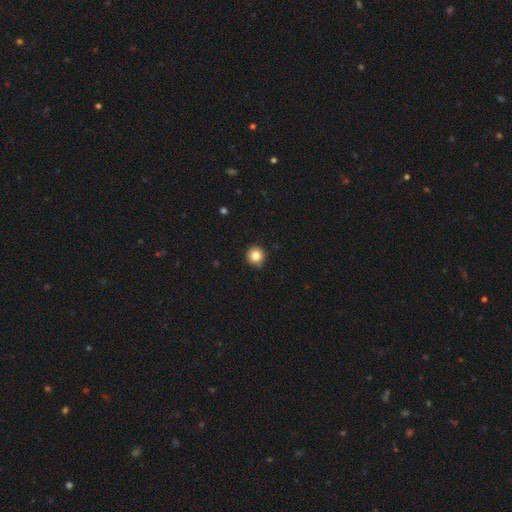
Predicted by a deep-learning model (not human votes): smooth_or_featured: smooth (p=0.84) [alt: star or artifact p=0.10]
how_rounded: round (p=0.95) [alt: in between p=0.04]
merging: none (p=0.90) [alt: minor disturbance p=0.07]